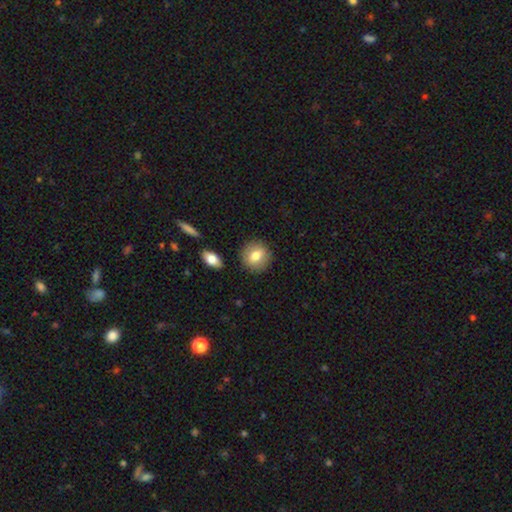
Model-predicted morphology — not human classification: Smooth or featured: smooth — 76% (featured or disk — 17%)
How rounded: round — 80% (in between — 18%)
Merging: none — 87% (minor disturbance — 8%)